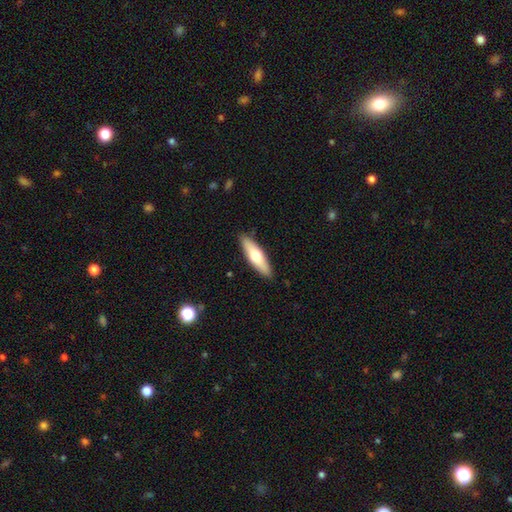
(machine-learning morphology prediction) Smooth or featured: smooth — 59% (featured or disk — 36%)
How rounded: cigar-shaped — 60% (in between — 38%)
Merging: none — 89% (minor disturbance — 8%)